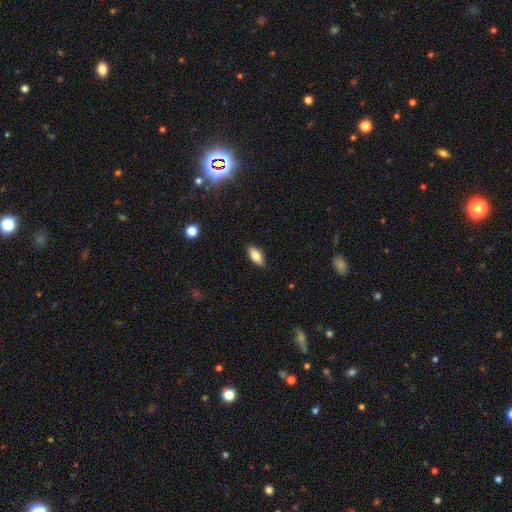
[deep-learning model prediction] This appears to be a smooth galaxy with no disk features (79%) that is in between round and cigar-shaped (84%). Merging: none (88%).